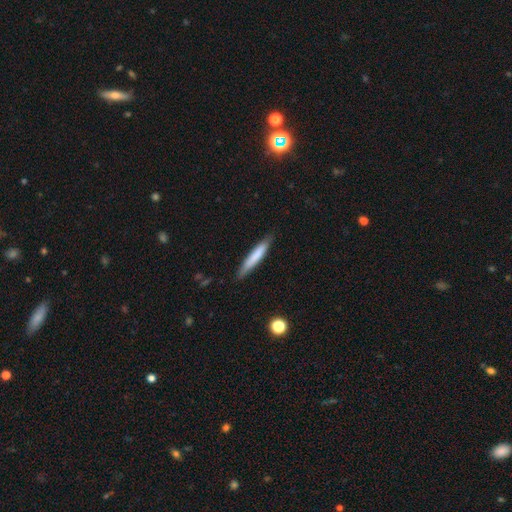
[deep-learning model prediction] smooth 74%, featured or disk 21%, star or artifact 6%. Down the decision tree: how rounded — cigar-shaped (92%); merging — none (85%).